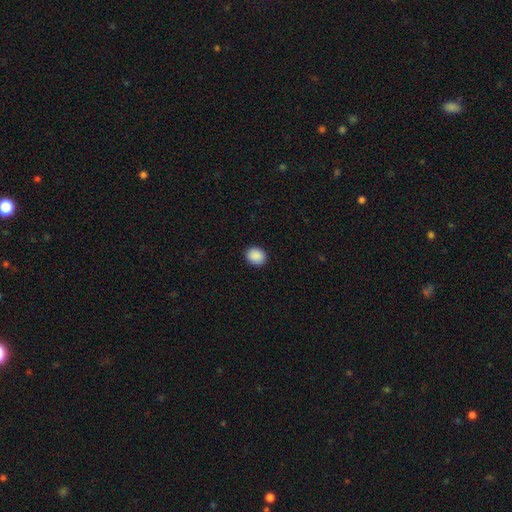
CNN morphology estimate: Smooth or featured? smooth (90%)
How rounded? round (59%)
Merging? none (90%)